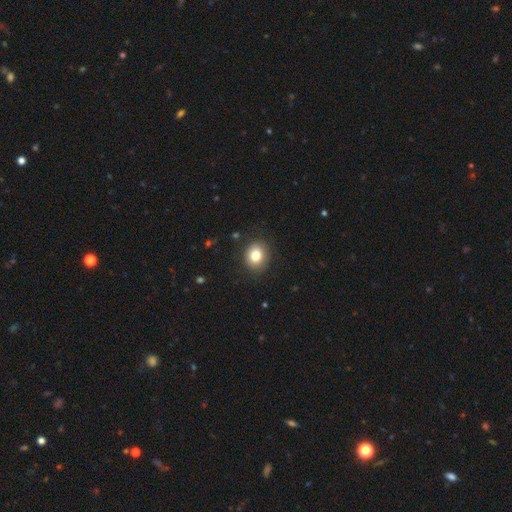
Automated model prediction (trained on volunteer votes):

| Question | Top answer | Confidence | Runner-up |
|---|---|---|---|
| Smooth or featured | smooth | 81% | star or artifact (10%) |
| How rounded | round | 61% | in between (38%) |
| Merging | none | 86% | minor disturbance (10%) |